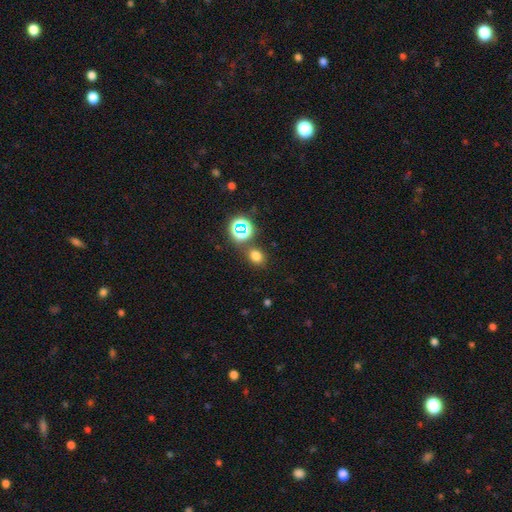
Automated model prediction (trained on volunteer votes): Overall: smooth (72%). How rounded: round (52%; in between 47%). Merging: none (79%).